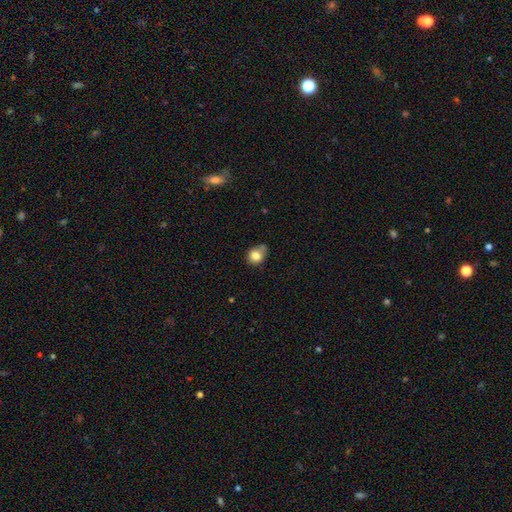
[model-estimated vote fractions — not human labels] Morphology: type=smooth (80%); roundness=round (61%); merging=none (49%).